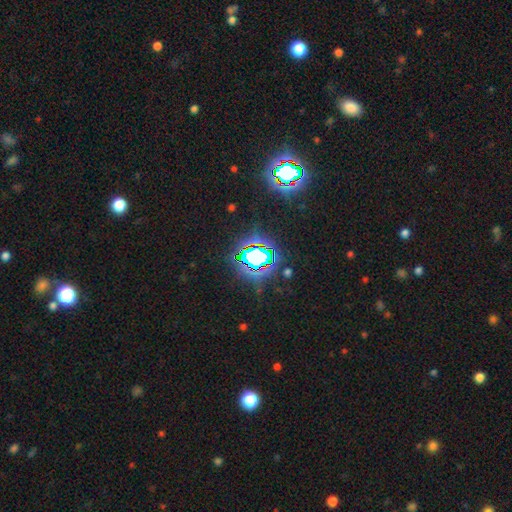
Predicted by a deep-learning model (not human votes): star or artifact 71%, smooth 18%, featured or disk 11%.